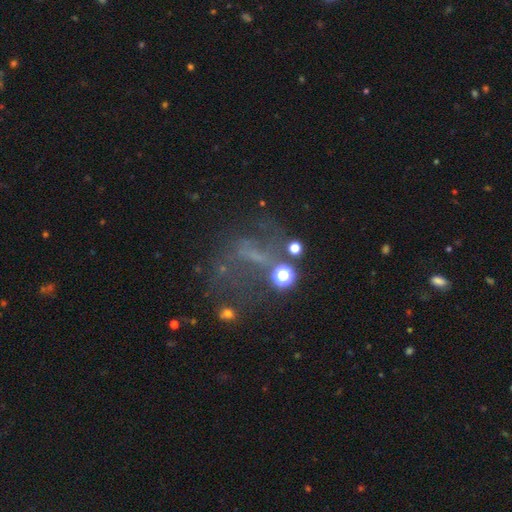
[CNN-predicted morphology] Q: Smooth or featured?
A: featured or disk (42%); runner-up: star or artifact (34%)
Q: Merging?
A: none (42%); runner-up: major disturbance (33%)